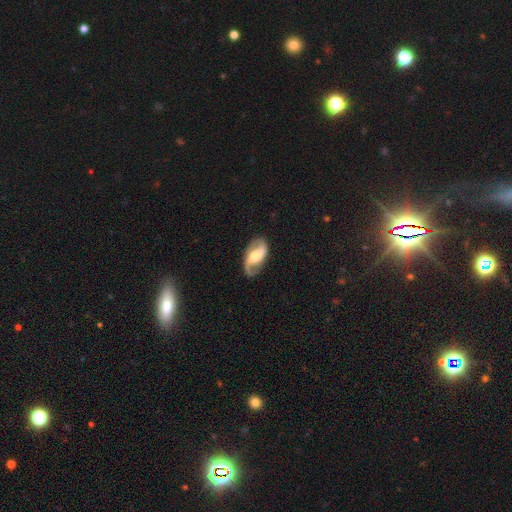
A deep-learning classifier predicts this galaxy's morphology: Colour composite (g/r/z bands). It shows a featured or disk galaxy (82%) with a weak bar (43%), 2 (90%) loose (44%) spiral arms (94%) and a moderate central bulge (48%). Merging: none (78%).